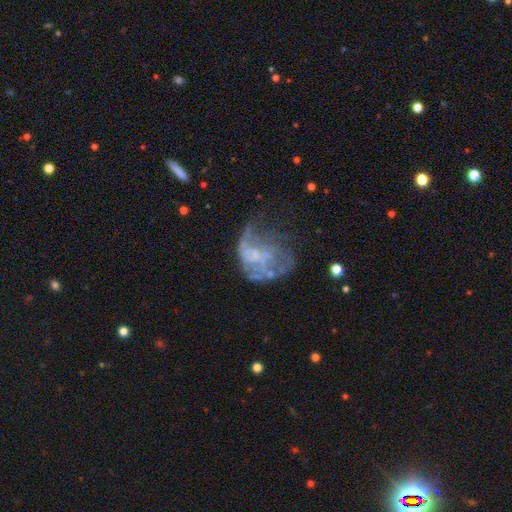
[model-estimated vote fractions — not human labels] Smooth or featured? Predicted: featured or disk (p=0.67). Edge-on disk? Predicted: no (p=0.98). Bar? Predicted: no (p=0.81). Spiral arms? Predicted: no (p=0.60). Bulge size? Predicted: none (p=0.54). Merging? Predicted: major disturbance (p=0.49).